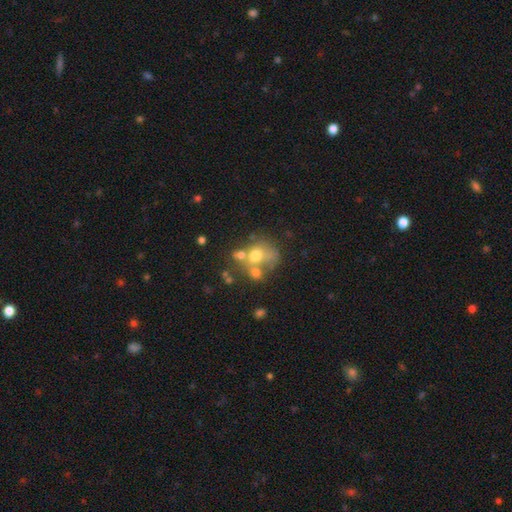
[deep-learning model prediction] A smooth galaxy with no disk features (59%) that is round (62%).

Vote fractions:
- Smooth or featured? smooth: 59% / featured or disk: 26% / star or artifact: 14%
- How rounded? round: 62% / in between: 37% / cigar-shaped: 1%
- Merging? merger: 43% / none: 34% / minor disturbance: 13% / major disturbance: 11%